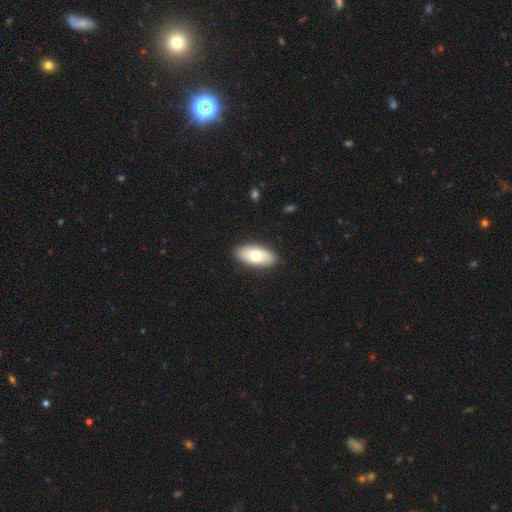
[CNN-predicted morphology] smooth 71%, featured or disk 23%, star or artifact 6%. Down the decision tree: how rounded — in between (92%); merging — none (89%).